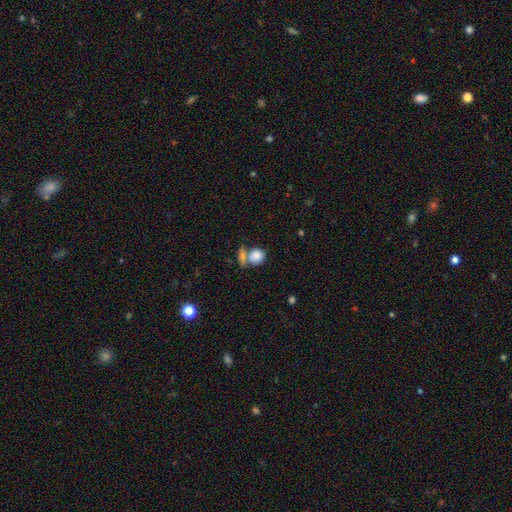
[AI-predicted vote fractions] This is clearly a smooth galaxy (83%). How rounded: likely round (66%). Merging: marginally merger (43%).